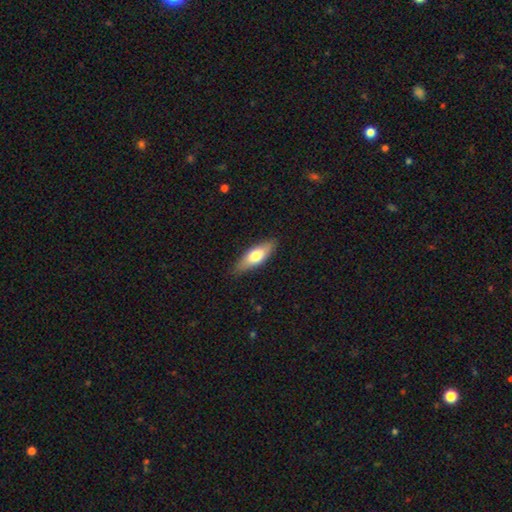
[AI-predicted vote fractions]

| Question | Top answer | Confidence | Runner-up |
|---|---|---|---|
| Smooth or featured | smooth | 67% | featured or disk (27%) |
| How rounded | in between | 64% | cigar-shaped (34%) |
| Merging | none | 85% | minor disturbance (12%) |